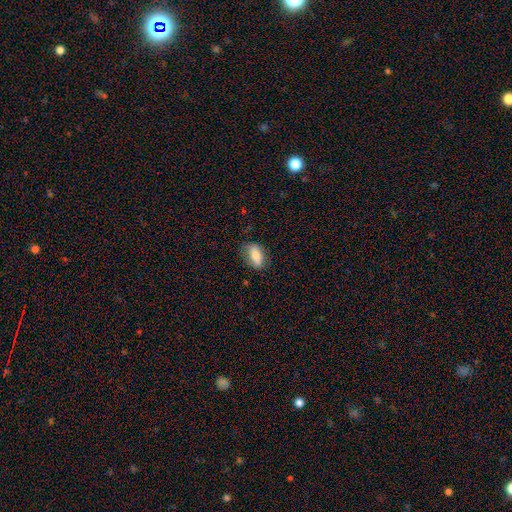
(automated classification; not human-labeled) Morphology: type=smooth (74%); roundness=in between (84%); merging=none (74%).